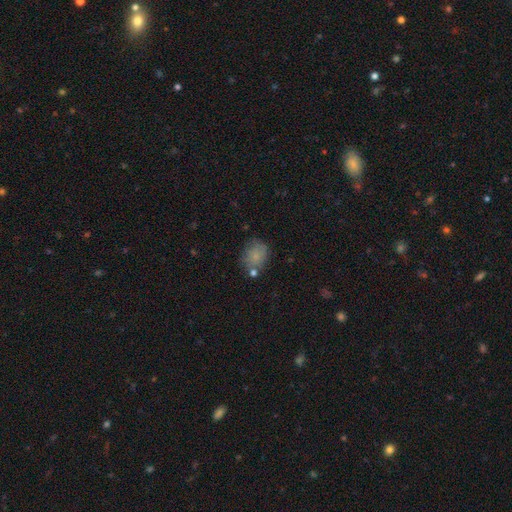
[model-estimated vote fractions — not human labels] Morphology: type=smooth (72%); roundness=round (58%); merging=none (58%).